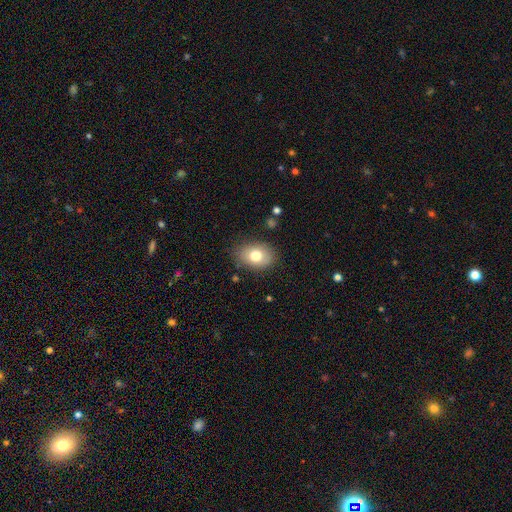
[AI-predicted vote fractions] Smooth or featured? smooth (76%)
How rounded? in between (75%)
Merging? none (82%)